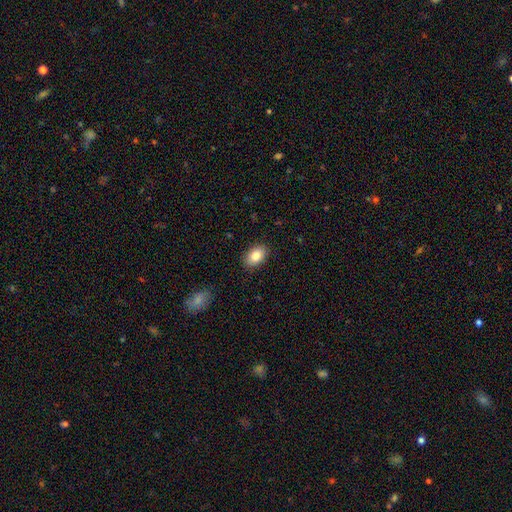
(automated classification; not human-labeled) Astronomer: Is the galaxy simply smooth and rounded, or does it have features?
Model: smooth — 84%.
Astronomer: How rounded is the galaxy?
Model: in between — 87%.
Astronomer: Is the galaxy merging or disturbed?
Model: none — 88%.